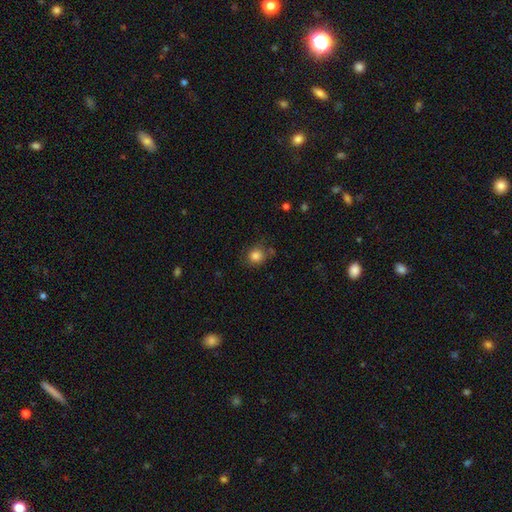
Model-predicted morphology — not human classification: This appears to be a smooth galaxy with no disk features (83%) that is round (81%). Merging: none (73%).